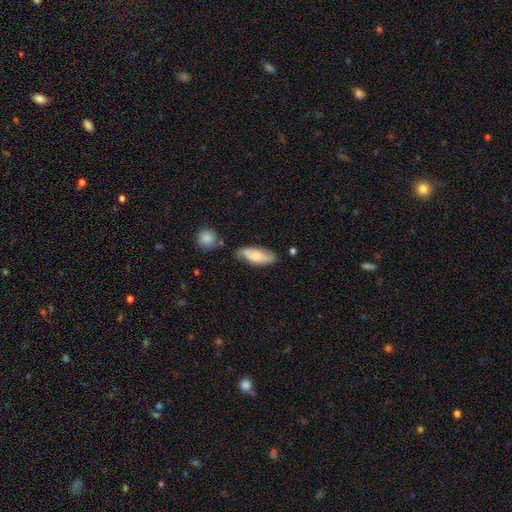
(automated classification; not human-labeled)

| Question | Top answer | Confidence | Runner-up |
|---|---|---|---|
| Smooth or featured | smooth | 65% | featured or disk (29%) |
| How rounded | in between | 78% | cigar-shaped (20%) |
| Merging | none | 61% | minor disturbance (26%) |